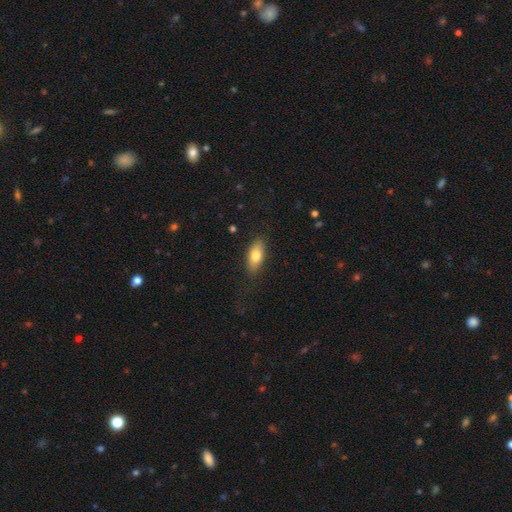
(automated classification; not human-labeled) Smooth or featured? Predicted: smooth (p=0.76). How rounded? Predicted: in between (p=0.85). Merging? Predicted: none (p=0.83).